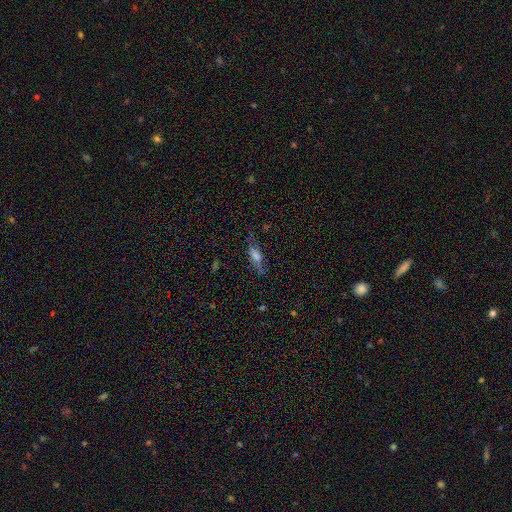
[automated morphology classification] type=smooth (48%); merging=none (69%).